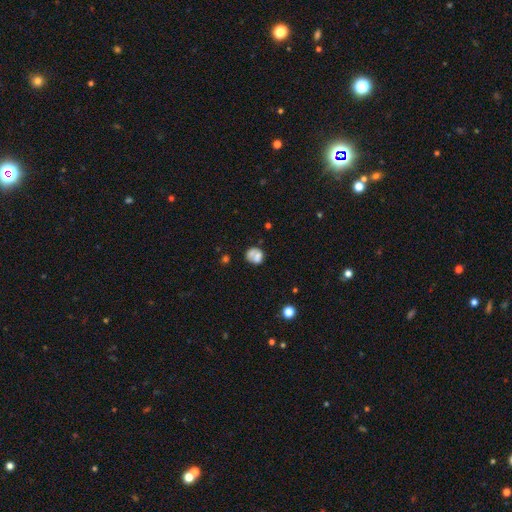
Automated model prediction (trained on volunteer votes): The model was most divided on "merging": none: 40%, merger: 29%, minor disturbance: 19%, major disturbance: 13%. More confident: how rounded — round (65%); smooth or featured — smooth (63%).